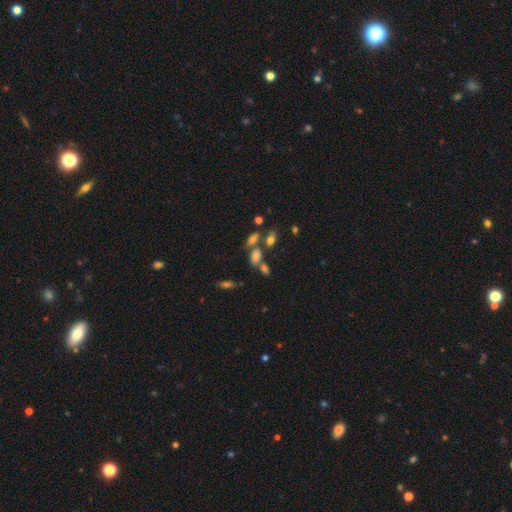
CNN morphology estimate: Overall: smooth (67%). How rounded: in between (81%). Merging: none (41%; merger 37%).